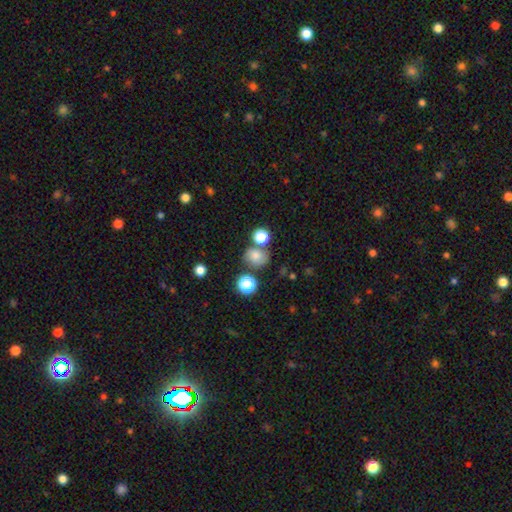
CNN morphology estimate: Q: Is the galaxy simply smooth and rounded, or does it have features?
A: smooth — 70%.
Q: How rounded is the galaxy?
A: round — 68%.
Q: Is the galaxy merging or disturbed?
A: none — 64%.